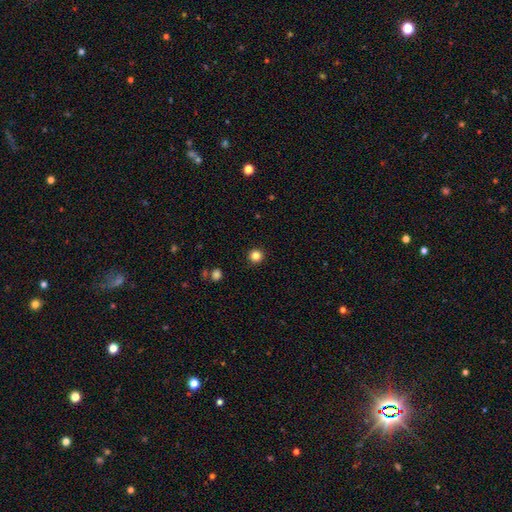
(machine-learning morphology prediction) Smooth or featured? Predicted: smooth (p=0.83). How rounded? Predicted: round (p=0.96). Merging? Predicted: none (p=0.92).